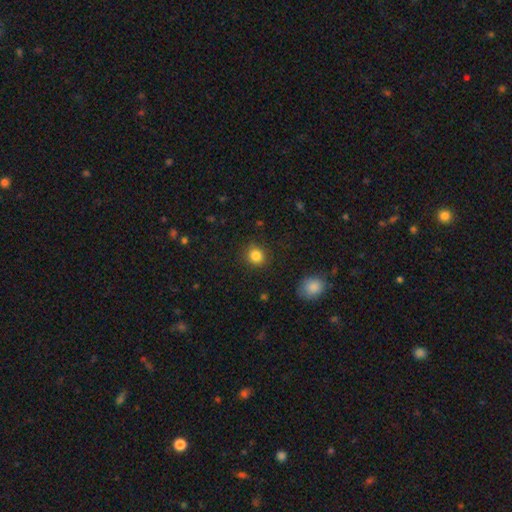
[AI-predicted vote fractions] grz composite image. It shows a smooth galaxy with no disk features (85%) that is round (87%). Merging: none (90%).